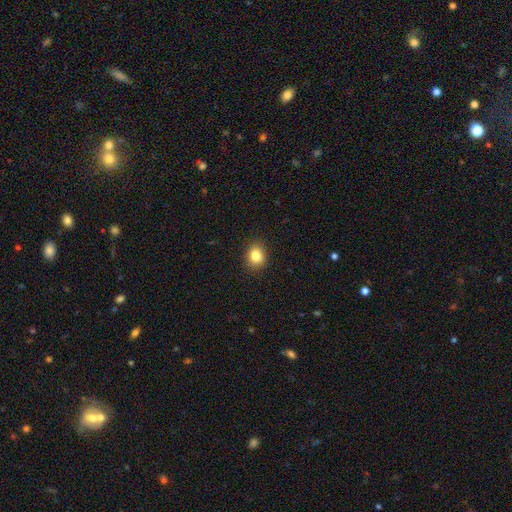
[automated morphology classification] Smooth or featured?
  - smooth: 84% *
  - star or artifact: 10%
  - featured or disk: 6%
How rounded?
  - round: 55% *
  - in between: 44%
  - cigar-shaped: 1%
Merging?
  - none: 89% *
  - minor disturbance: 8%
  - major disturbance: 2%
  - merger: 1%